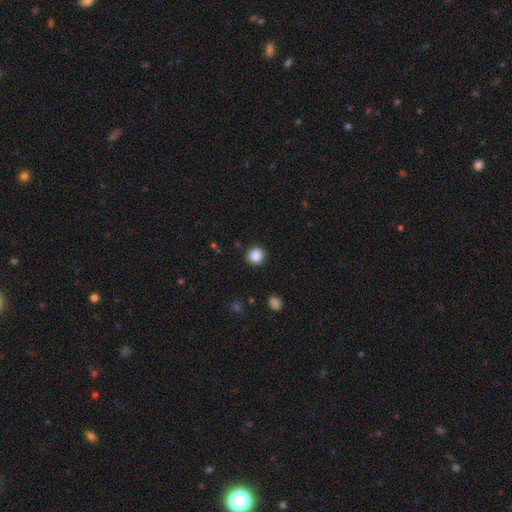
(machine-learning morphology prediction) Smooth or featured? smooth (87%)
How rounded? round (88%)
Merging? none (90%)